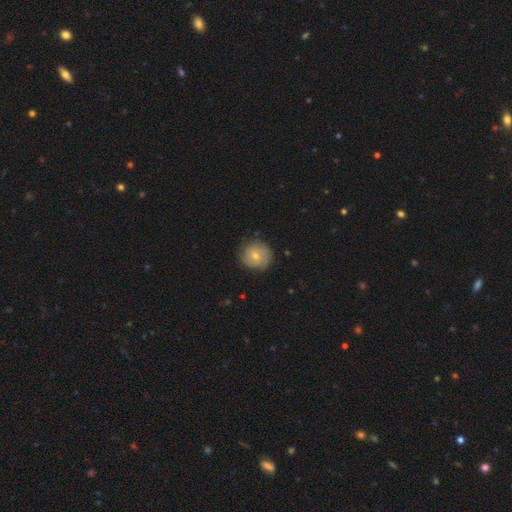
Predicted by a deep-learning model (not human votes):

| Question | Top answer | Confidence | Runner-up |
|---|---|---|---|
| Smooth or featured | featured or disk | 58% | smooth (35%) |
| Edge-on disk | no | 98% | yes (2%) |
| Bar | no | 64% | weak (32%) |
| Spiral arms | yes | 87% | no (13%) |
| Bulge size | small | 54% | moderate (42%) |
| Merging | none | 81% | minor disturbance (14%) |